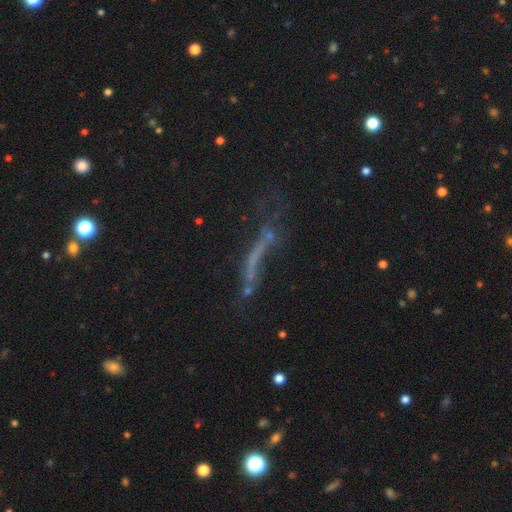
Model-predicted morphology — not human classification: featured or disk 45%, smooth 32%, star or artifact 23%. Down the decision tree: merging — major disturbance (34%).